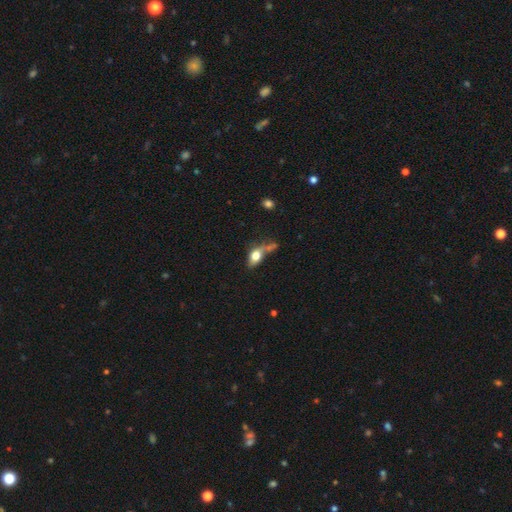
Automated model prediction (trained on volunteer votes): Overall: smooth (71%). How rounded: in between (78%). Merging: none (33%; merger 30%).